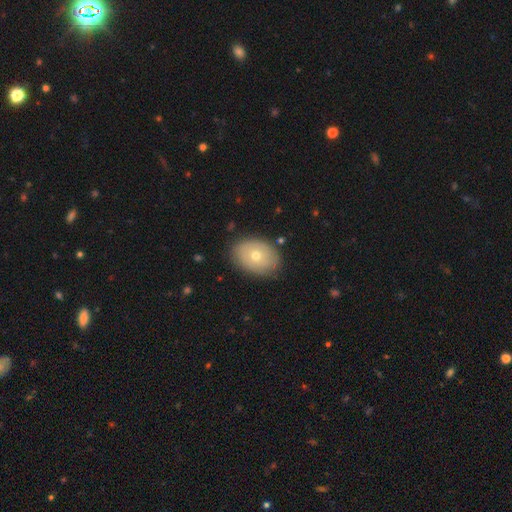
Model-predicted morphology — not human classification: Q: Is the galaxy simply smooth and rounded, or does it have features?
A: smooth — 64%.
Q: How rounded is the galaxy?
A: in between — 76%.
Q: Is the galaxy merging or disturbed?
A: none — 84%.